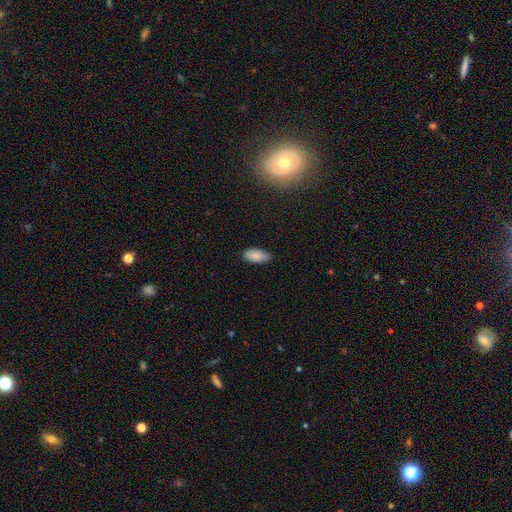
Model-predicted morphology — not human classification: Q: Smooth or featured?
A: smooth (86%); runner-up: featured or disk (7%)
Q: How rounded?
A: in between (91%); runner-up: cigar-shaped (7%)
Q: Merging?
A: none (79%); runner-up: minor disturbance (17%)